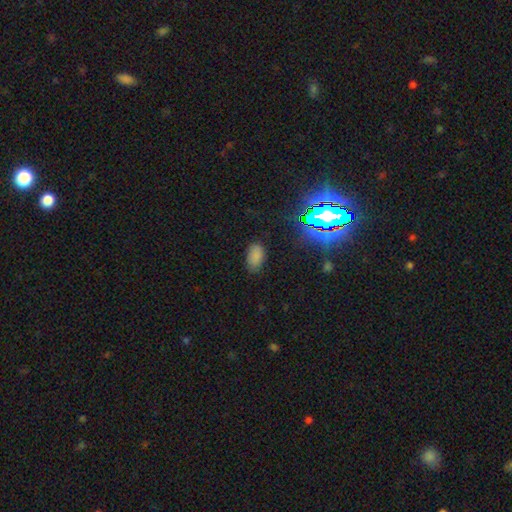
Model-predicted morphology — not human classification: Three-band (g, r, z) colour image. It shows a smooth galaxy with no disk features (76%) that is in between round and cigar-shaped (92%). Merging: none (76%).